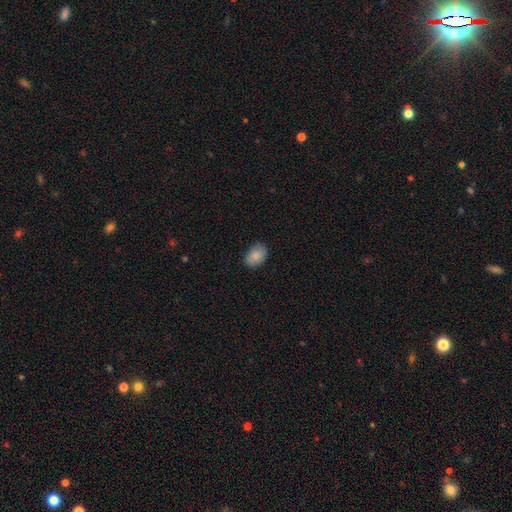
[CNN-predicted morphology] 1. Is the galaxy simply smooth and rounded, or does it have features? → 88% smooth, 7% star or artifact, 6% featured or disk.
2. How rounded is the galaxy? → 86% in between, 13% round, 1% cigar-shaped.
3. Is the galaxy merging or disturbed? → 86% none, 11% minor disturbance, 2% major disturbance, 1% merger.